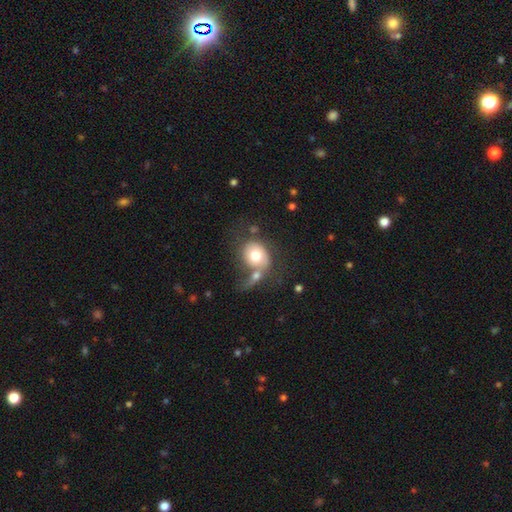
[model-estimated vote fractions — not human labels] Smooth or featured?
  - smooth: 67% *
  - featured or disk: 25%
  - star or artifact: 8%
How rounded?
  - round: 62% *
  - in between: 37%
  - cigar-shaped: 1%
Merging?
  - merger: 37% *
  - none: 31%
  - major disturbance: 18%
  - minor disturbance: 15%